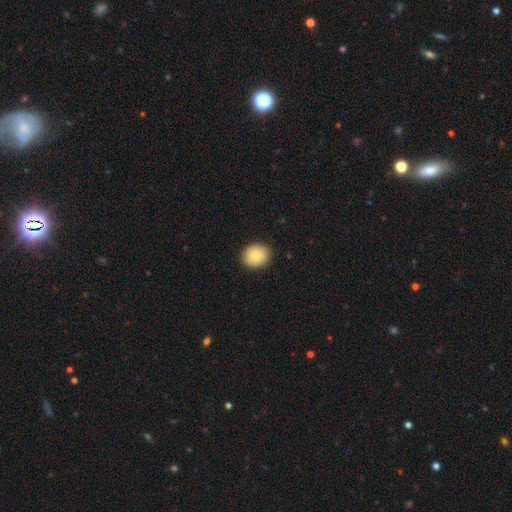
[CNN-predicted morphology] A smooth galaxy with no disk features (76%) that is round (75%).

Vote fractions:
- Smooth or featured? smooth: 76% / featured or disk: 16% / star or artifact: 8%
- How rounded? round: 75% / in between: 24% / cigar-shaped: 1%
- Merging? none: 90% / minor disturbance: 8% / major disturbance: 2% / merger: 1%